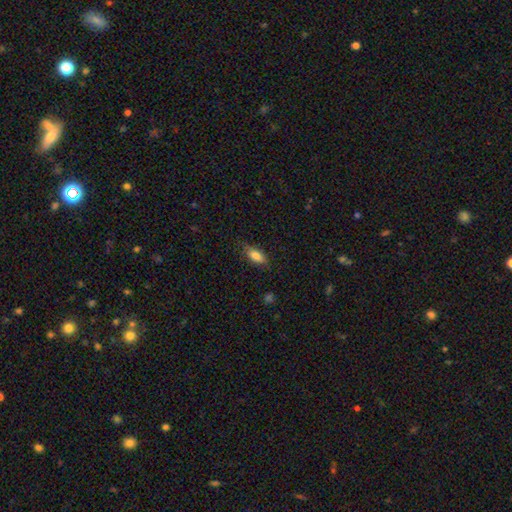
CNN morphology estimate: This is likely a smooth galaxy (80%). How rounded: clearly in between (81%). Merging: likely none (73%).